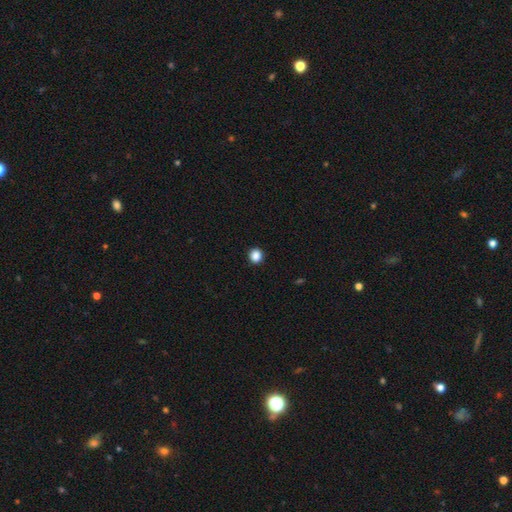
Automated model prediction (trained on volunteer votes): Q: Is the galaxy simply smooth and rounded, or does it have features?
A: smooth — 87%.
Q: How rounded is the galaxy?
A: round — 91%.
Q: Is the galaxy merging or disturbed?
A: none — 93%.